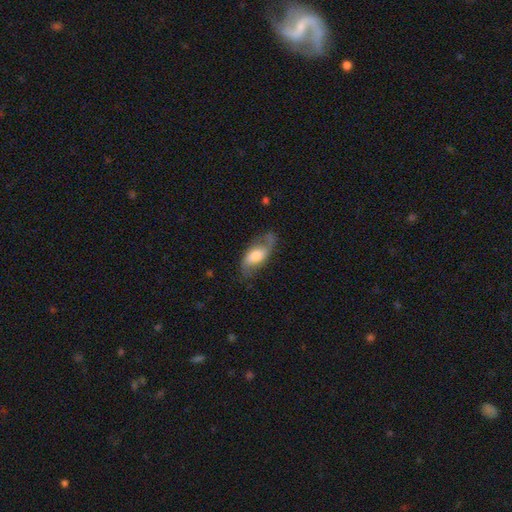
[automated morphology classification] This is possibly a featured or disk galaxy (54%). It is clearly not viewed edge-on (89%). Merging: possibly none (56%).